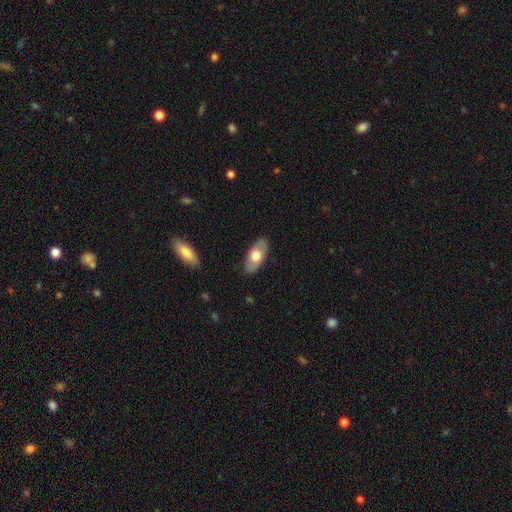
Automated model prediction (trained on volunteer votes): smooth_or_featured: smooth (p=0.64) [alt: featured or disk p=0.31]
how_rounded: in between (p=0.91) [alt: cigar-shaped p=0.06]
merging: none (p=0.86) [alt: minor disturbance p=0.11]